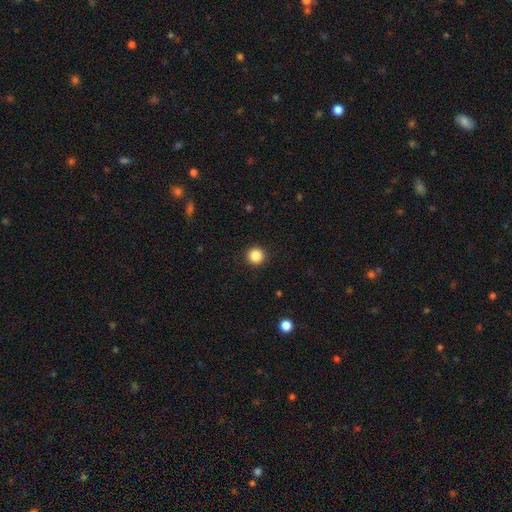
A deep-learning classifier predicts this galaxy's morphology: This is clearly a smooth galaxy (87%). How rounded: clearly round (95%). Merging: clearly none (92%).